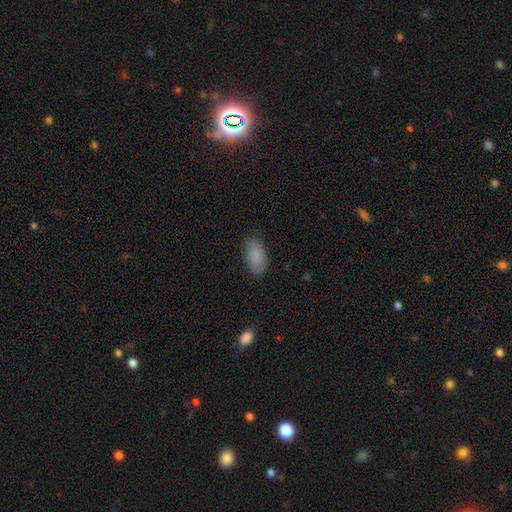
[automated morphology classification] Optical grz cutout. It shows a smooth galaxy with no disk features (88%) that is in between round and cigar-shaped (92%). Merging: none (85%).